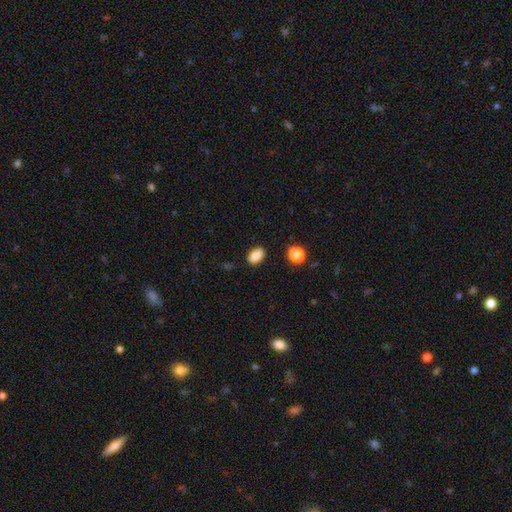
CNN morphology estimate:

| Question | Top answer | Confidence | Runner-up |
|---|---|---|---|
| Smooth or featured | smooth | 87% | star or artifact (9%) |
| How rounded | in between | 85% | round (14%) |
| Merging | none | 84% | minor disturbance (12%) |